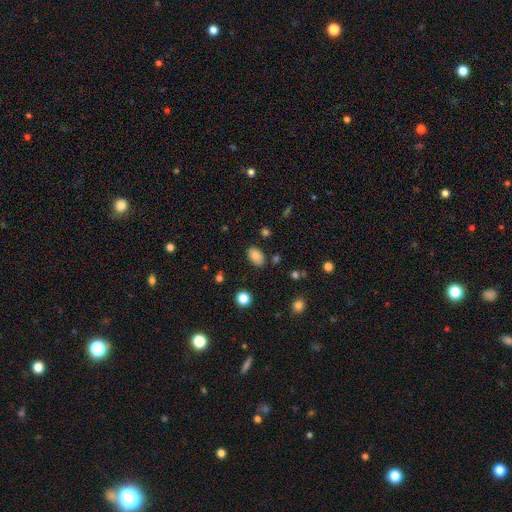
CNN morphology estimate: Smooth or featured?
  - smooth: 78% *
  - featured or disk: 12%
  - star or artifact: 10%
How rounded?
  - in between: 86% *
  - round: 12%
  - cigar-shaped: 1%
Merging?
  - none: 82% *
  - minor disturbance: 13%
  - major disturbance: 3%
  - merger: 3%